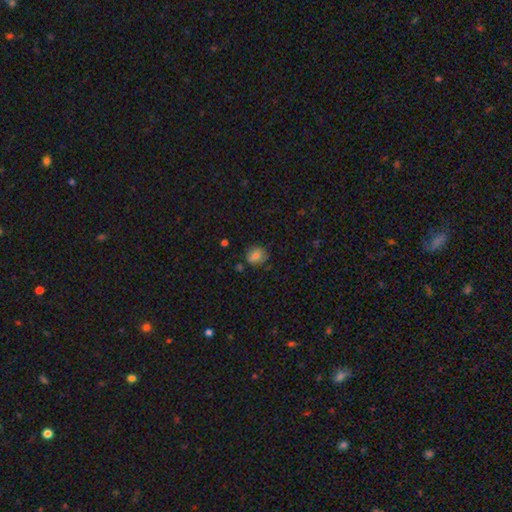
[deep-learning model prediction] The model was most divided on "how rounded": round: 64%, in between: 35%, cigar-shaped: 1%. More confident: smooth or featured — smooth (77%); merging — none (69%).